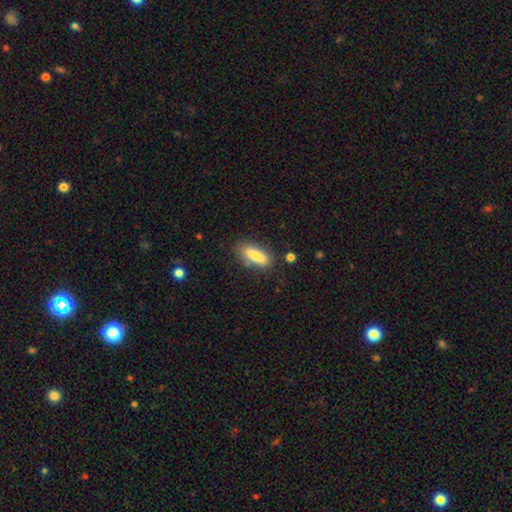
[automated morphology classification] Smooth or featured: smooth — 80% (featured or disk — 13%)
How rounded: in between — 65% (cigar-shaped — 33%)
Merging: none — 79% (minor disturbance — 14%)